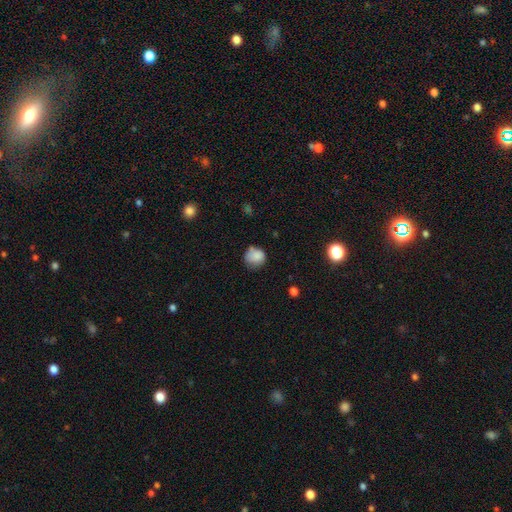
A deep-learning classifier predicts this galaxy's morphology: A smooth galaxy with no disk features (83%) that is round (85%). Merging: none (66%).